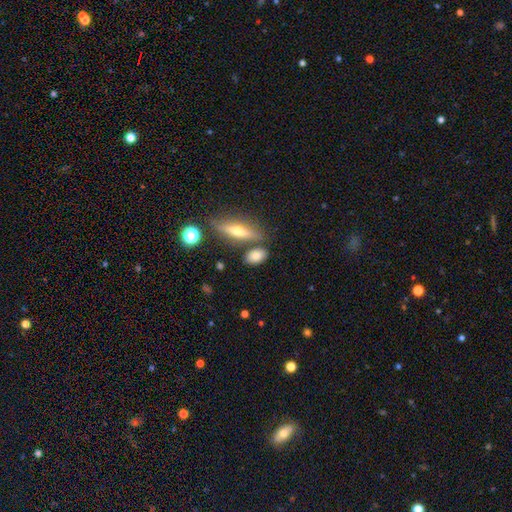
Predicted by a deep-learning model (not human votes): This is likely a smooth galaxy (76%). How rounded: likely in between (78%). Merging: likely none (70%).